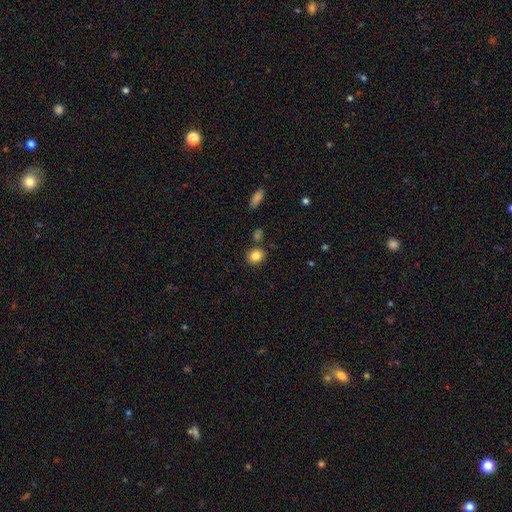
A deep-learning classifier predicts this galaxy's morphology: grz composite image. It shows a smooth galaxy with no disk features (85%) that is round (65%). Merging: none (81%).